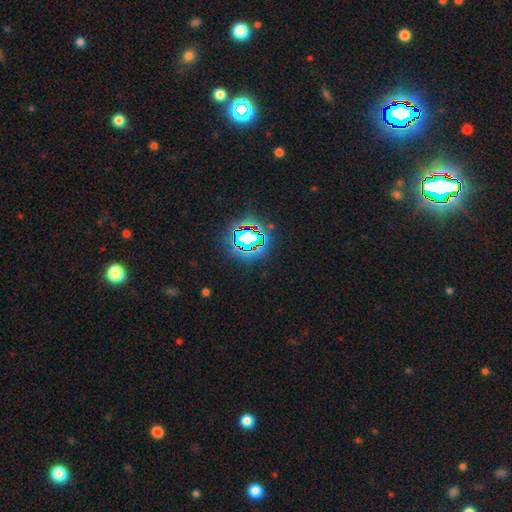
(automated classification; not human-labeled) Smooth or featured? star or artifact (81%)